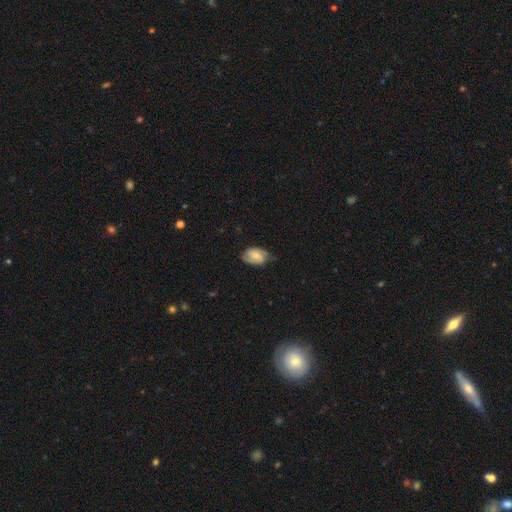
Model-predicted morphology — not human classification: type=featured or disk (67%); edge-on=no (96%); bar=weak (44%); spiral arms=yes (91%); winding=medium (43%); arm count=2 (83%); bulge=small (46%); merging=none (69%).